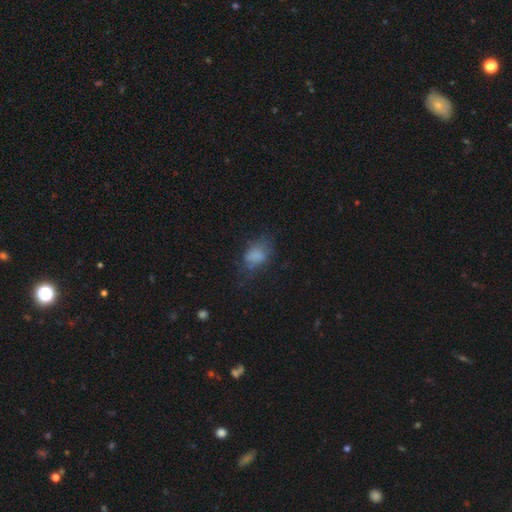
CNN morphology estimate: Smooth or featured?
  - smooth: 71% *
  - featured or disk: 15%
  - star or artifact: 14%
How rounded?
  - in between: 76% *
  - round: 22%
  - cigar-shaped: 2%
Merging?
  - none: 46% *
  - minor disturbance: 28%
  - major disturbance: 24%
  - merger: 3%